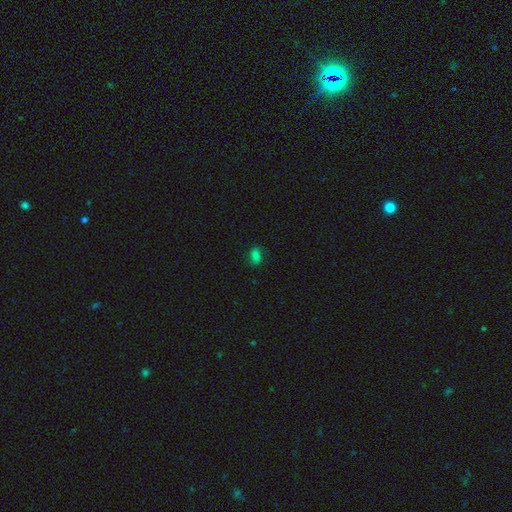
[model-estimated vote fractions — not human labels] This is likely a smooth galaxy (65%). How rounded: clearly in between (80%). Merging: likely none (75%).